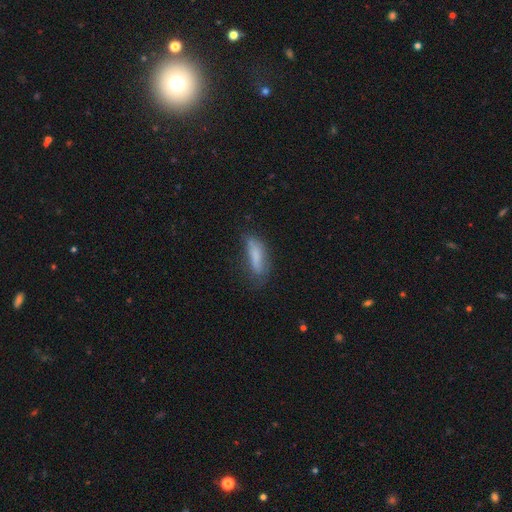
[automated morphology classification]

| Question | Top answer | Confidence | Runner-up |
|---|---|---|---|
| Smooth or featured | smooth | 73% | featured or disk (18%) |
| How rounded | cigar-shaped | 52% | in between (46%) |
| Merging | none | 49% | minor disturbance (30%) |